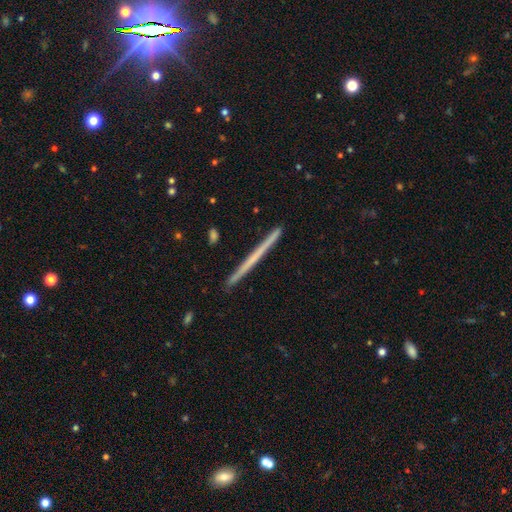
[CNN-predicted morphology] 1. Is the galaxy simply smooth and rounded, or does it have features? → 54% featured or disk, 40% smooth, 6% star or artifact.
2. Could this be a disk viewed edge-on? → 98% yes, 2% no.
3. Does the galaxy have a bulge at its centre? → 90% none, 8% rounded, 2% boxy.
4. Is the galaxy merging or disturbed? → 92% none, 6% minor disturbance, 1% merger, 1% major disturbance.